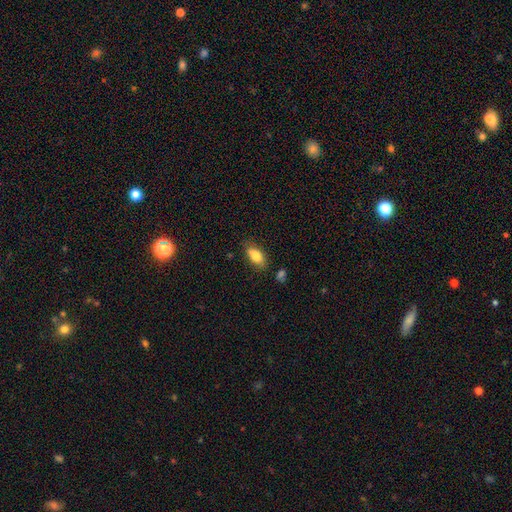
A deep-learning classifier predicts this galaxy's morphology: The model was most divided on "merging": none: 78%, minor disturbance: 16%, major disturbance: 3%, merger: 3%. More confident: how rounded — in between (87%); smooth or featured — smooth (82%).